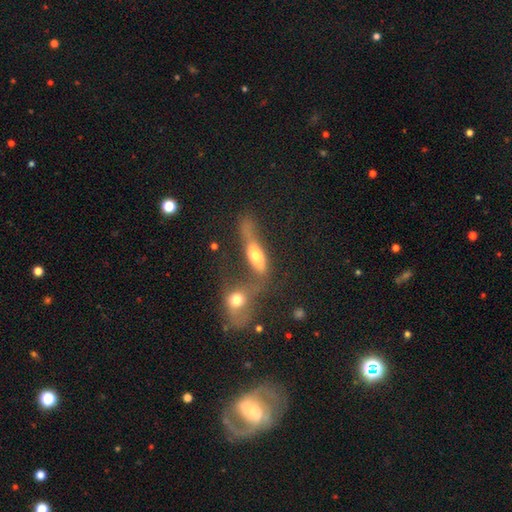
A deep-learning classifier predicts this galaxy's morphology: Q: Smooth or featured?
A: smooth (57%); runner-up: featured or disk (33%)
Q: How rounded?
A: in between (59%); runner-up: cigar-shaped (29%)
Q: Merging?
A: merger (60%); runner-up: none (18%)